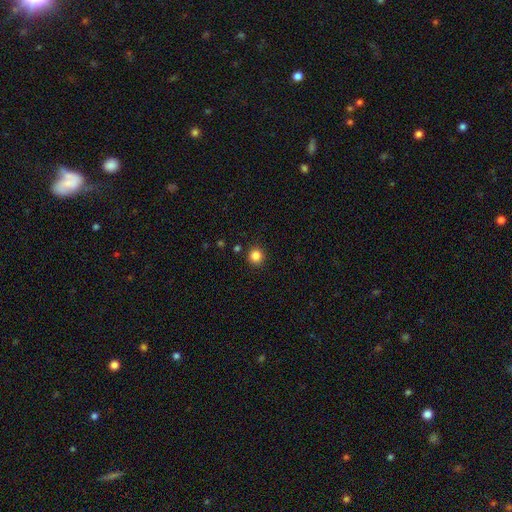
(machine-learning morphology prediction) This is clearly a smooth galaxy (85%). How rounded: clearly round (94%). Merging: clearly none (90%).